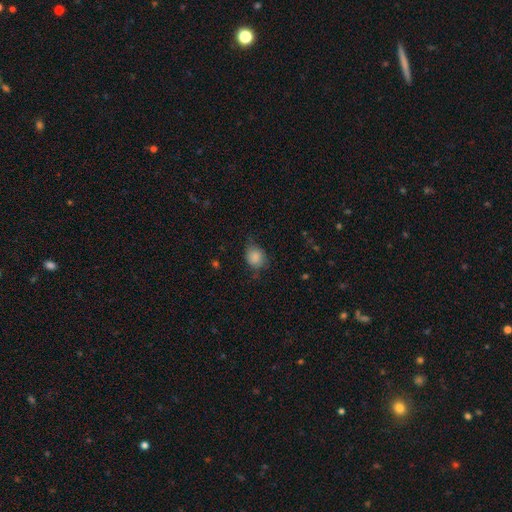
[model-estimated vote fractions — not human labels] This appears to be a smooth galaxy with no disk features (84%) that is round (61%). Merging: none (59%).